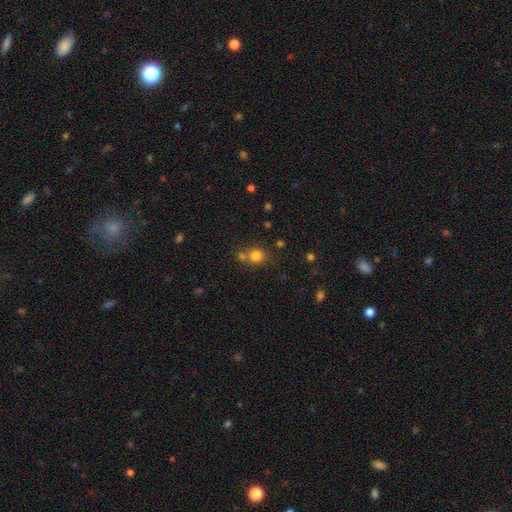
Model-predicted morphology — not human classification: Smooth or featured? smooth (79%)
How rounded? round (84%)
Merging? none (60%)